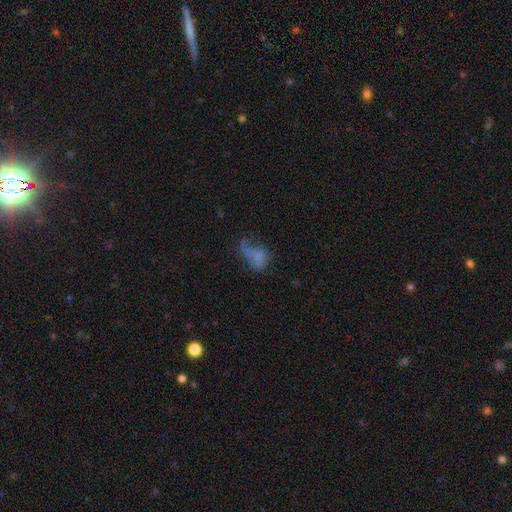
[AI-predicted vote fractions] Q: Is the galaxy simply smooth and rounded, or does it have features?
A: smooth — 51%.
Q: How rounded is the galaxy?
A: in between — 83%.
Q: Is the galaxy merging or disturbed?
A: major disturbance — 44%.